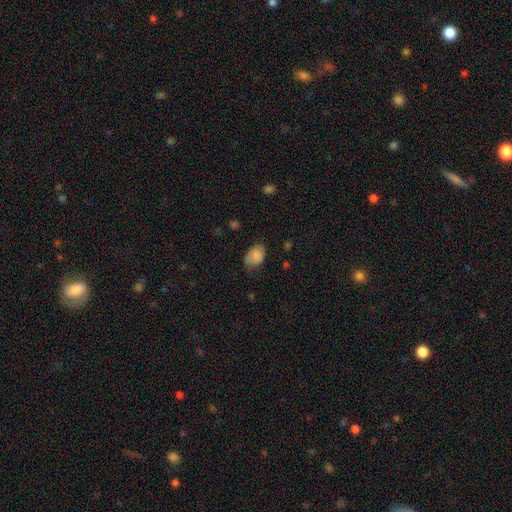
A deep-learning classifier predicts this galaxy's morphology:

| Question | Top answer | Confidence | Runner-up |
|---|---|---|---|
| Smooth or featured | smooth | 80% | featured or disk (12%) |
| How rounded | in between | 82% | round (17%) |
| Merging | none | 59% | minor disturbance (31%) |